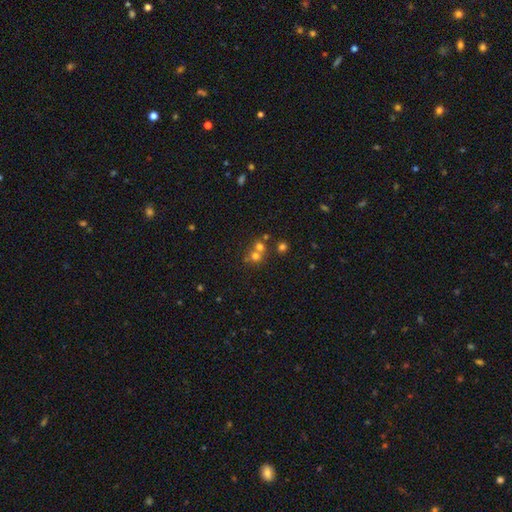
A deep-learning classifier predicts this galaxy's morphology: This appears to be a smooth galaxy with no disk features (64%) that is round (84%). Merging: merger (48%).